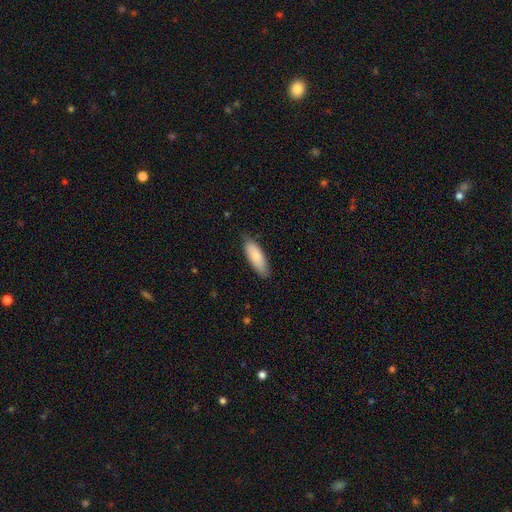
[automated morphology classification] The model was most divided on "how rounded": in between: 69%, cigar-shaped: 29%, round: 2%. More confident: smooth or featured — smooth (82%); merging — none (80%).